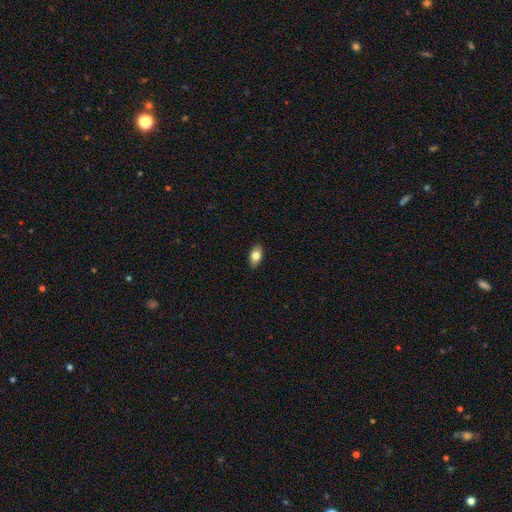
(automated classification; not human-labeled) smooth-or-featured: smooth: 79% | featured or disk: 14% | star or artifact: 7%
  how-rounded: in between: 91% | round: 6% | cigar-shaped: 3%
  merging: none: 89% | minor disturbance: 8% | major disturbance: 2% | merger: 1%